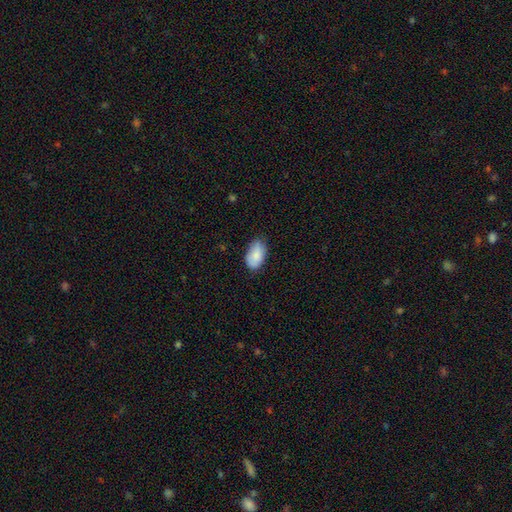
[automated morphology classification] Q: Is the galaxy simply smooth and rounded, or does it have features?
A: smooth — 83%.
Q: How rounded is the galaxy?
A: in between — 93%.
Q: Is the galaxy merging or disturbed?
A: none — 68%.